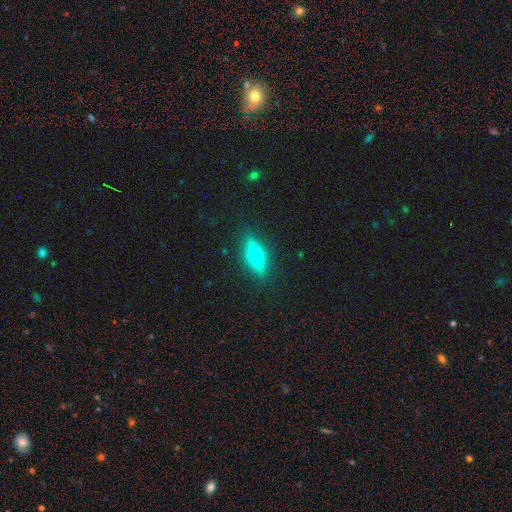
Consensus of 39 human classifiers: Volunteers were most divided on "smooth or featured": featured or disk: 59%, smooth: 31%, star or artifact: 10%. More confident: edge-on bulge — rounded (100%); edge-on disk — yes (87%); merging — none (80%).